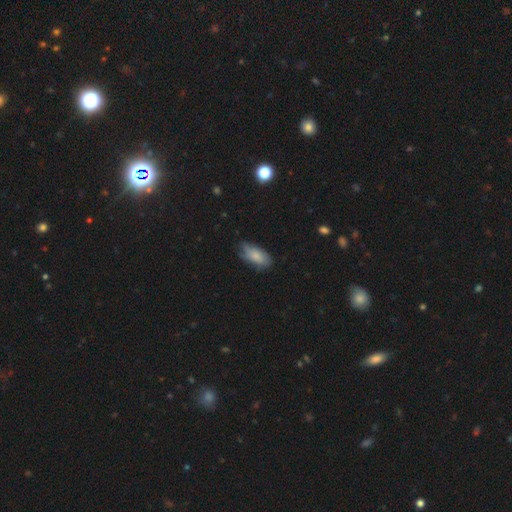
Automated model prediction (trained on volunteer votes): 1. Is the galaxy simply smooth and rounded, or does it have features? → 77% smooth, 16% featured or disk, 7% star or artifact.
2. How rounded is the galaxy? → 89% in between, 8% cigar-shaped, 3% round.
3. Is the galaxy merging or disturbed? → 58% none, 32% minor disturbance, 8% major disturbance, 2% merger.